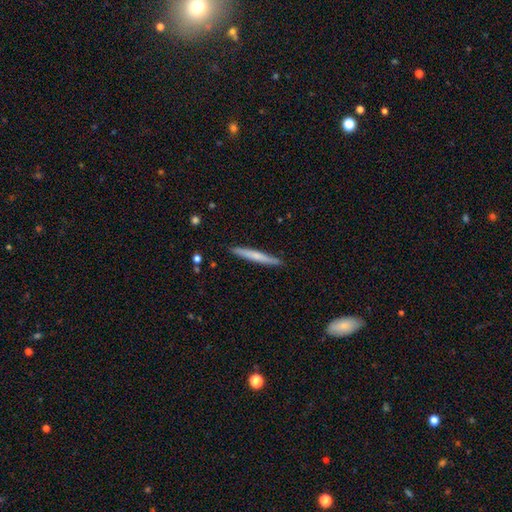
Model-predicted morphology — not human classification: Smooth or featured?
  - smooth: 58% *
  - featured or disk: 37%
  - star or artifact: 5%
How rounded?
  - cigar-shaped: 96% *
  - in between: 3%
  - round: 1%
Merging?
  - none: 91% *
  - minor disturbance: 7%
  - major disturbance: 1%
  - merger: 1%